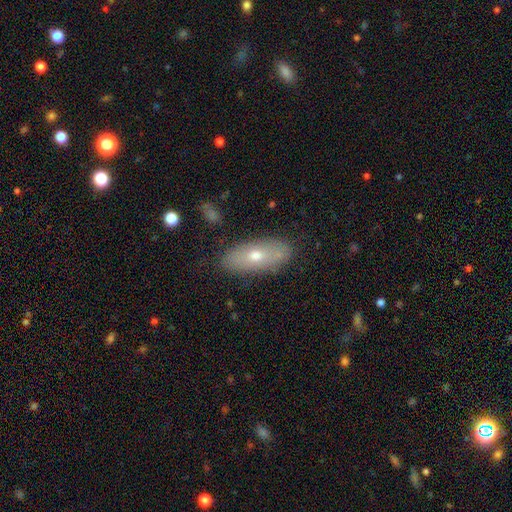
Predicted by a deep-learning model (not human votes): A smooth galaxy with no disk features (54%) that is in between round and cigar-shaped (74%).

Vote fractions:
- Smooth or featured? smooth: 54% / featured or disk: 37% / star or artifact: 9%
- How rounded? in between: 74% / cigar-shaped: 22% / round: 4%
- Merging? none: 84% / minor disturbance: 11% / major disturbance: 3% / merger: 1%